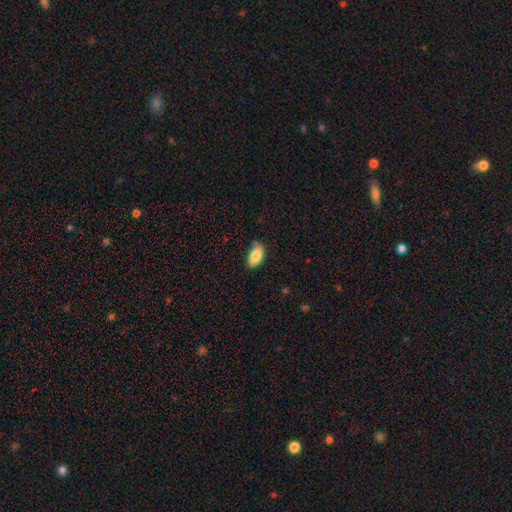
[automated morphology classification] A smooth galaxy with no disk features (84%) that is in between round and cigar-shaped (94%). Merging: none (65%).